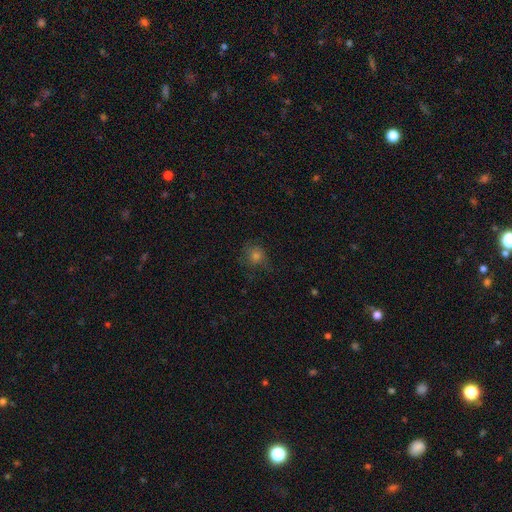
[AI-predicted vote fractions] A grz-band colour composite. It shows a smooth galaxy with no disk features (62%) that is round (83%). Merging: none (67%).